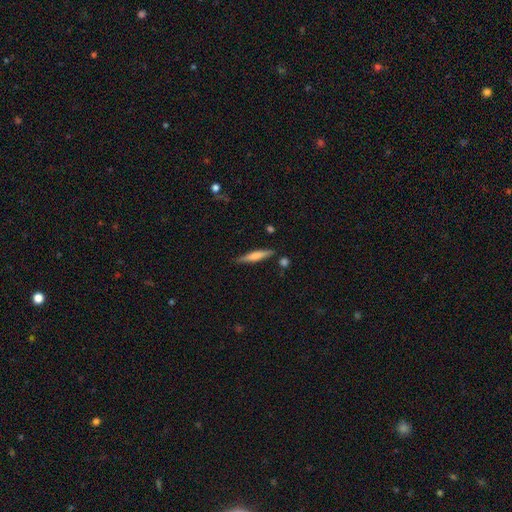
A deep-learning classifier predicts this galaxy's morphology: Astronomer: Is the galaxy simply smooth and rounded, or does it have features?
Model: smooth — 59% (runner-up: featured or disk, 35%).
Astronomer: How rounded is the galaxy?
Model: cigar-shaped — 90%.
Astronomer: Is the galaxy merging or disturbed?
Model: none — 85%.